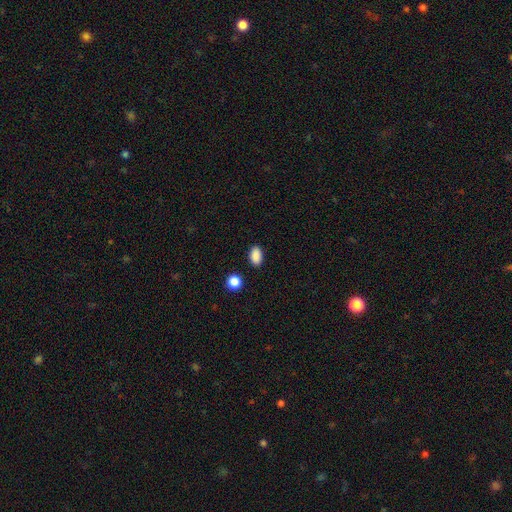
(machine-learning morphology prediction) Smooth or featured: smooth — 89% (star or artifact — 9%)
How rounded: in between — 87% (round — 11%)
Merging: none — 88% (minor disturbance — 8%)